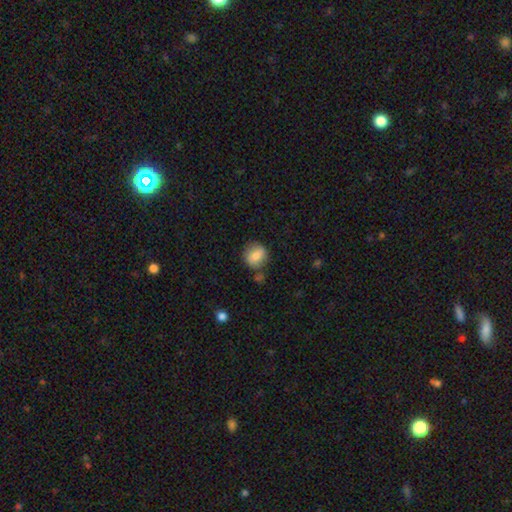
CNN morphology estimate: A smooth galaxy with no disk features (80%) that is round (78%). Merging: none (72%).